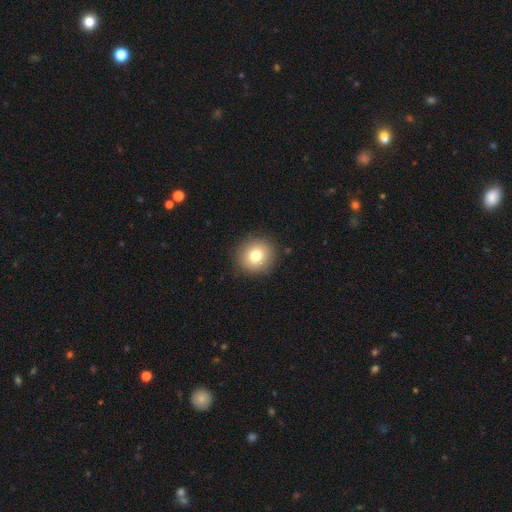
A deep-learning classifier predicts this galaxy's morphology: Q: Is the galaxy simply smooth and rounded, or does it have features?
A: smooth — 78%.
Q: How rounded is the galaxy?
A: round — 91%.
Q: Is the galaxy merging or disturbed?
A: none — 91%.